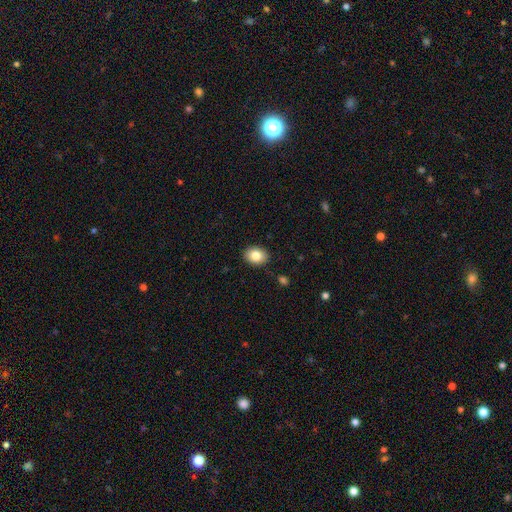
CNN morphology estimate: smooth_or_featured: smooth (p=0.82) [alt: featured or disk p=0.09]
how_rounded: in between (p=0.62) [alt: round p=0.37]
merging: none (p=0.88) [alt: minor disturbance p=0.08]